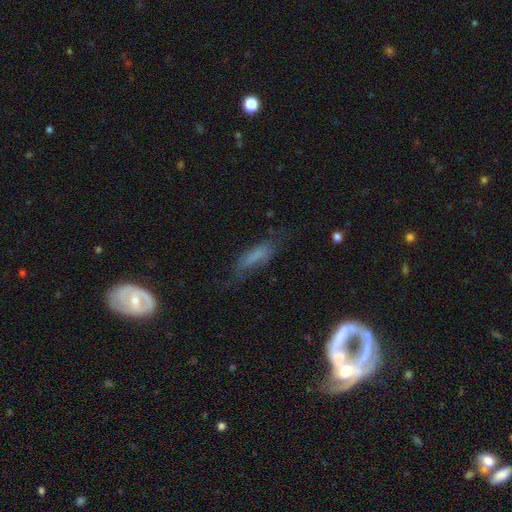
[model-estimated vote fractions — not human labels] Morphology: type=smooth (57%); roundness=cigar-shaped (51%); merging=none (56%).